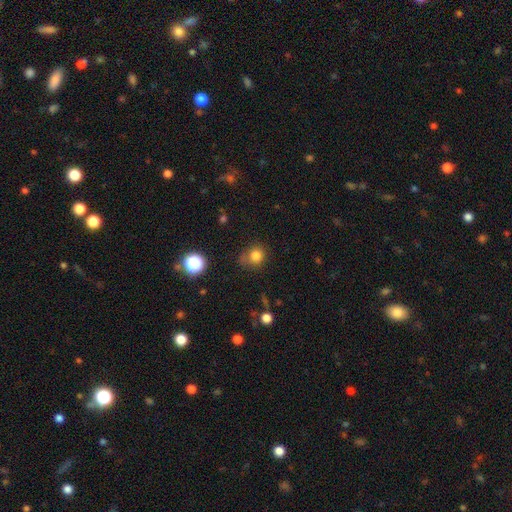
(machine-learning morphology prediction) A smooth galaxy with no disk features (80%) that is round (81%). Merging: none (64%).